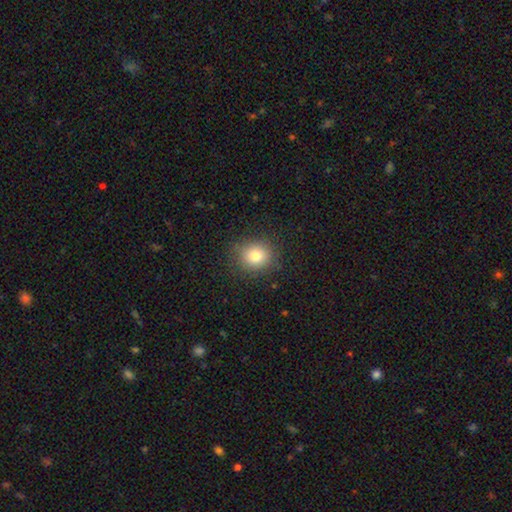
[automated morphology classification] The model was most divided on "how rounded": round: 81%, in between: 18%, cigar-shaped: 1%. More confident: merging — none (86%); smooth or featured — smooth (79%).